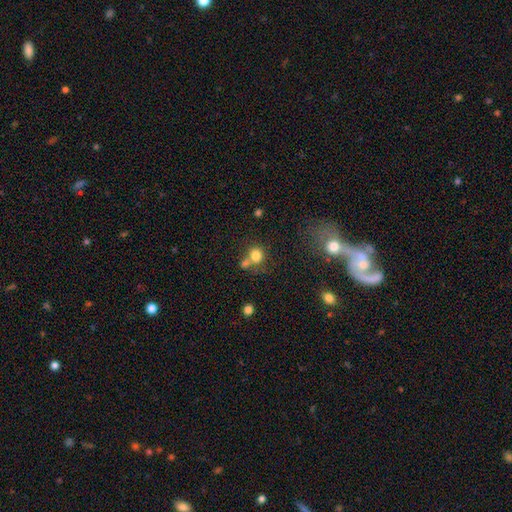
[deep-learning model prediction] A smooth galaxy with no disk features (79%) that is round (80%). Merging: none (49%).